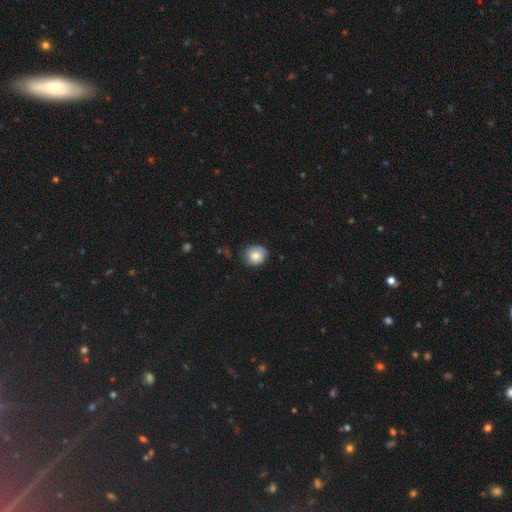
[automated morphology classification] This appears to be a smooth galaxy with no disk features (80%) that is round (75%). Merging: none (70%).